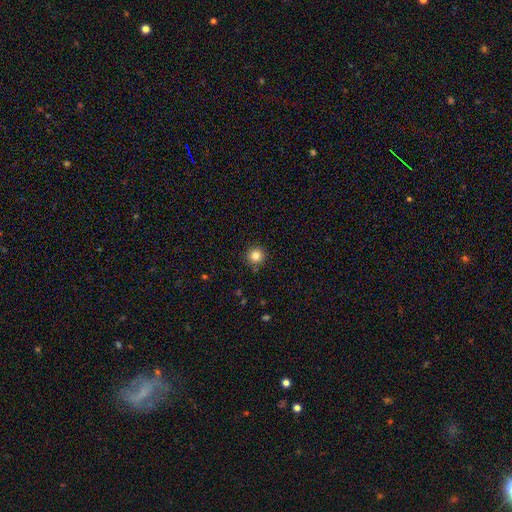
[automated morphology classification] Smooth or featured? smooth (82%)
How rounded? round (95%)
Merging? none (90%)